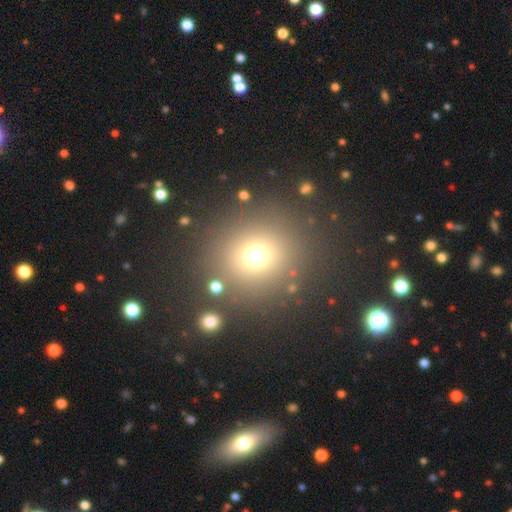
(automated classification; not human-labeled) Smooth or featured?
  - smooth: 68% *
  - star or artifact: 22%
  - featured or disk: 9%
How rounded?
  - round: 88% *
  - in between: 11%
  - cigar-shaped: 1%
Merging?
  - none: 82% *
  - minor disturbance: 8%
  - merger: 5%
  - major disturbance: 5%